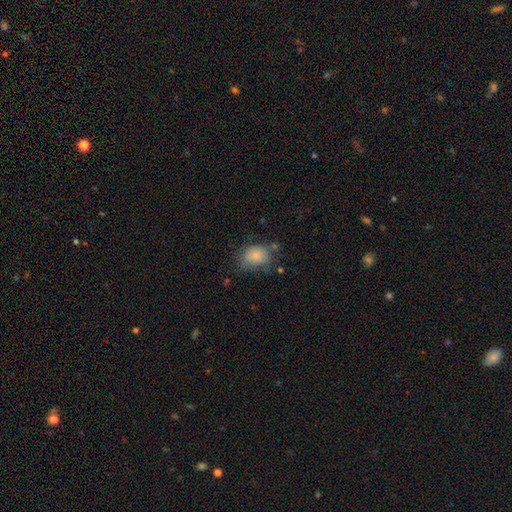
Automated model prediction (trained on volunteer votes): smooth_or_featured: smooth (p=0.81) [alt: featured or disk p=0.10]
how_rounded: in between (p=0.66) [alt: round p=0.33]
merging: none (p=0.56) [alt: minor disturbance p=0.28]